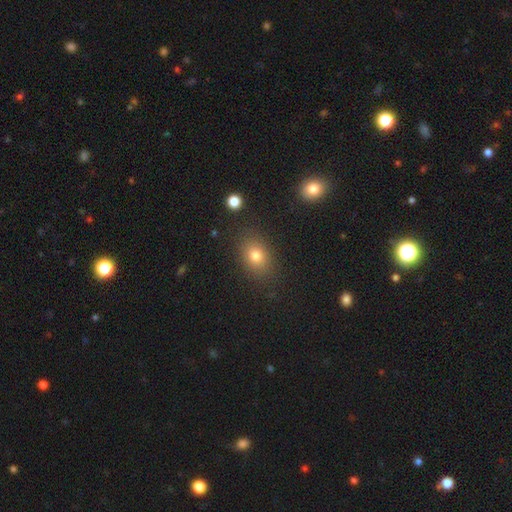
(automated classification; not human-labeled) smooth-or-featured: smooth: 76% | star or artifact: 13% | featured or disk: 10%
  how-rounded: in between: 67% | round: 31% | cigar-shaped: 1%
  merging: none: 85% | minor disturbance: 10% | major disturbance: 3% | merger: 2%